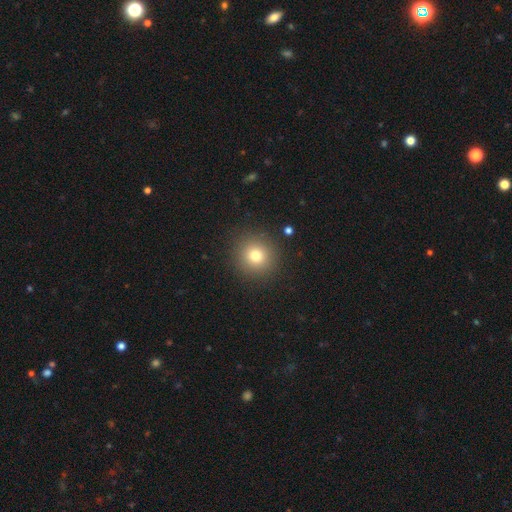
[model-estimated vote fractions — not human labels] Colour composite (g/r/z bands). It shows a smooth galaxy with no disk features (76%) that is round (93%). Merging: none (90%).